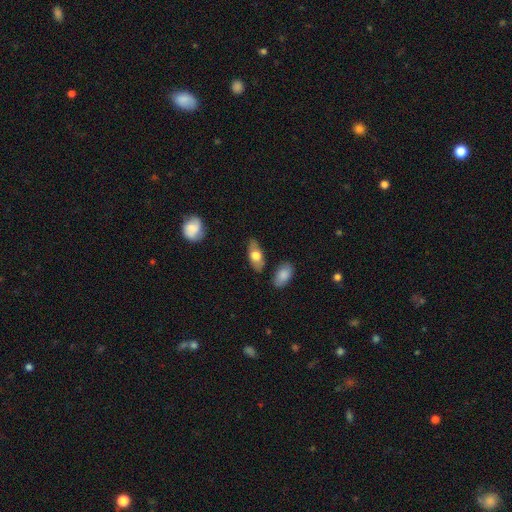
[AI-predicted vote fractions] This appears to be a smooth galaxy with no disk features (64%) that is in between round and cigar-shaped (85%). Merging: none (79%).